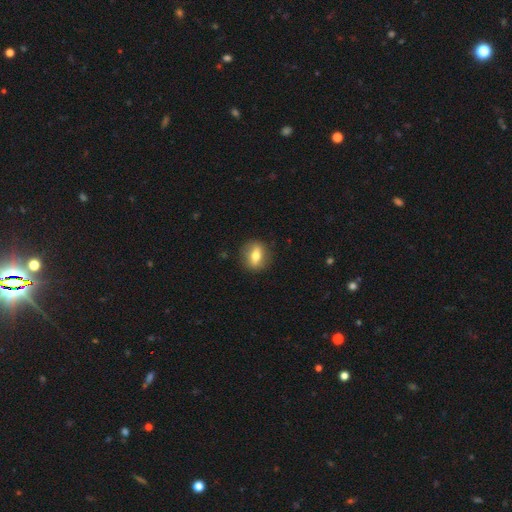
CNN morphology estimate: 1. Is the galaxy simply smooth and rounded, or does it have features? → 59% smooth, 32% featured or disk, 8% star or artifact.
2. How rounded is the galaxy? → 56% round, 40% in between, 4% cigar-shaped.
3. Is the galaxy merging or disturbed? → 86% none, 10% minor disturbance, 3% major disturbance, 1% merger.